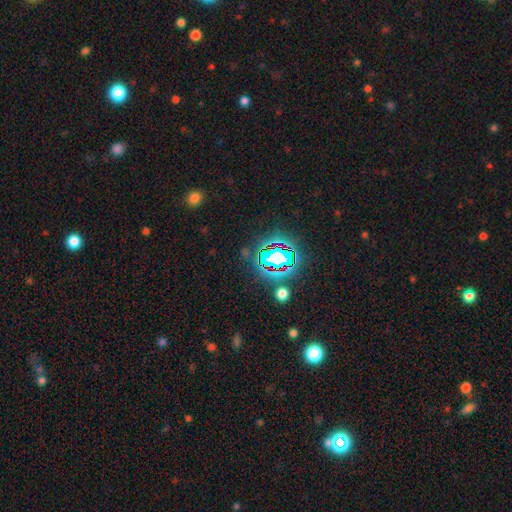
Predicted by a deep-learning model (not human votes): smooth_or_featured: star or artifact (p=0.81) [alt: smooth p=0.11]